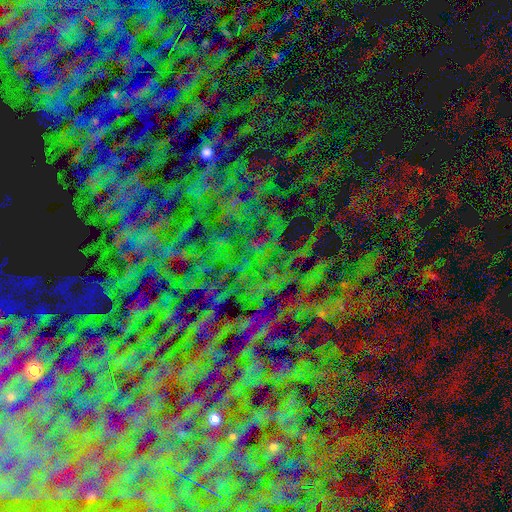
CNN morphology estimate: star or artifact 84%, featured or disk 8%, smooth 8%.